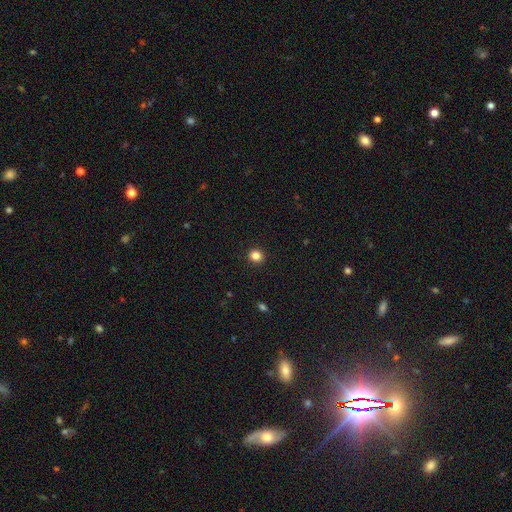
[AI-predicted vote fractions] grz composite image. It shows a smooth galaxy with no disk features (84%) that is round (85%). Merging: none (93%).